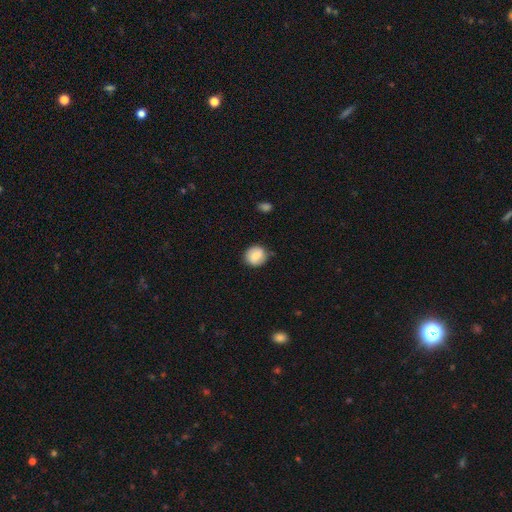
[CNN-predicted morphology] The model was most divided on "smooth or featured": smooth: 77%, featured or disk: 16%, star or artifact: 8%. More confident: how rounded — round (86%); merging — none (83%).